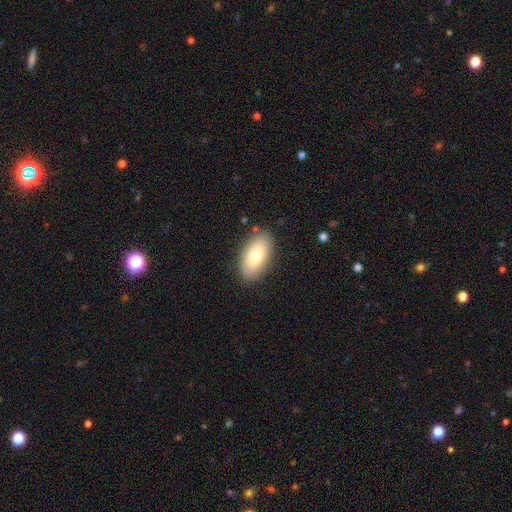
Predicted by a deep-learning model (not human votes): Q: Smooth or featured?
A: smooth (77%); runner-up: featured or disk (16%)
Q: How rounded?
A: in between (93%); runner-up: cigar-shaped (4%)
Q: Merging?
A: none (85%); runner-up: minor disturbance (11%)